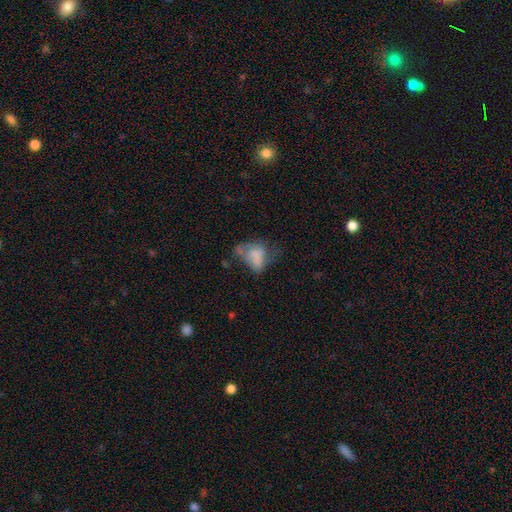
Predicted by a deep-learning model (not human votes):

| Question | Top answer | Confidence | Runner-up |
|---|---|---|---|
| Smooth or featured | smooth | 61% | featured or disk (28%) |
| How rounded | in between | 80% | round (18%) |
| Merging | major disturbance | 41% | minor disturbance (25%) |